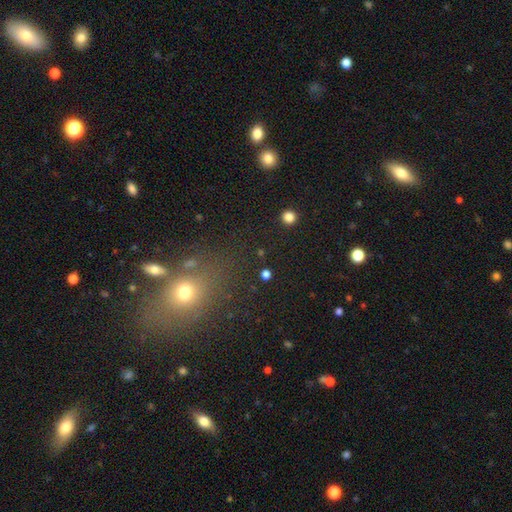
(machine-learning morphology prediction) smooth_or_featured: smooth (p=0.52) [alt: star or artifact p=0.35]
how_rounded: in between (p=0.56) [alt: round p=0.39]
merging: none (p=0.81) [alt: minor disturbance p=0.10]